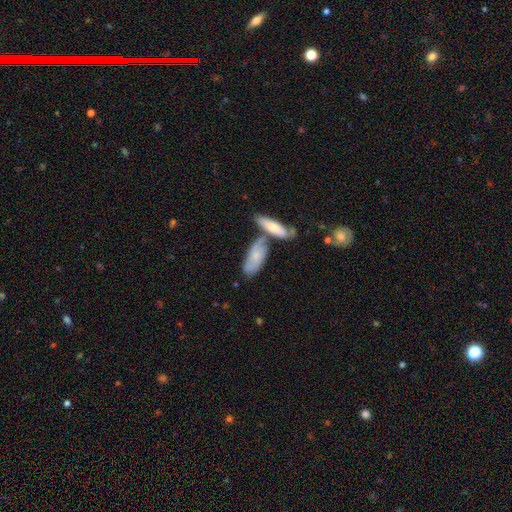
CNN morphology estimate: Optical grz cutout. It shows a smooth galaxy with no disk features (53%) that is in between round and cigar-shaped (70%). Merging: none (42%).